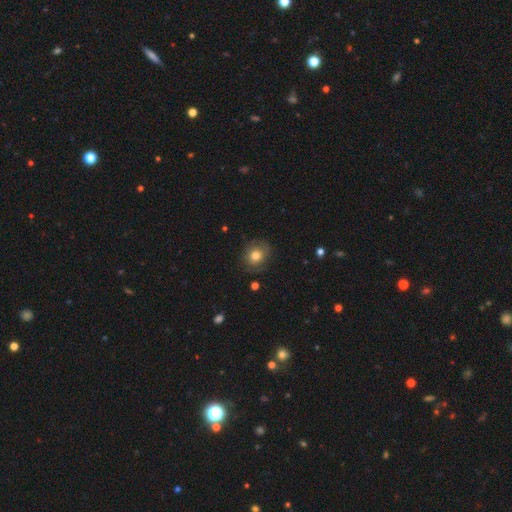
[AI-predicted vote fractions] This appears to be a smooth galaxy with no disk features (74%) that is round (75%). Merging: none (81%).